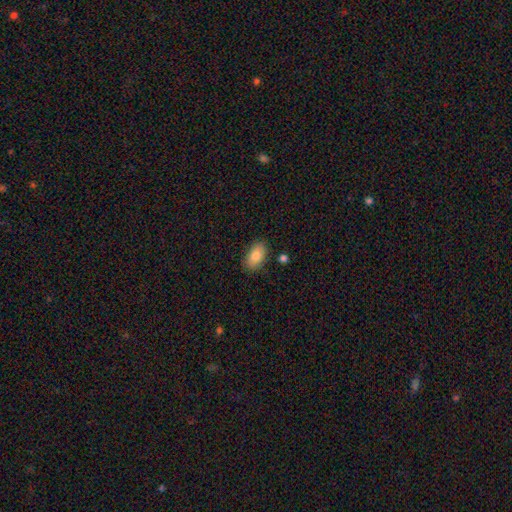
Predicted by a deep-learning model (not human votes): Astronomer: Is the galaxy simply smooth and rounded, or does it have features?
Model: smooth — 85%.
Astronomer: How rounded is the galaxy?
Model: in between — 93%.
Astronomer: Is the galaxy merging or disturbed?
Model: none — 84%.